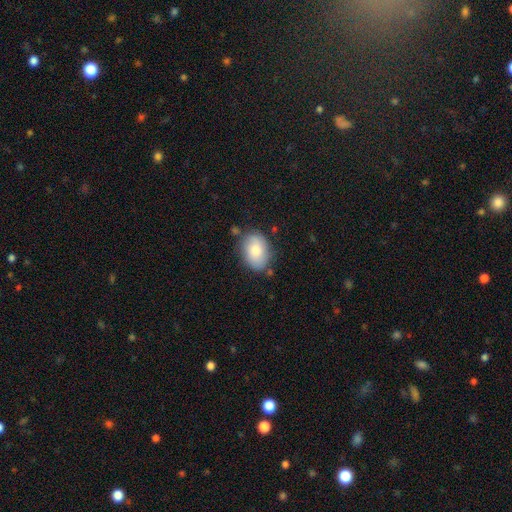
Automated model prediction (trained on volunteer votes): A smooth galaxy with no disk features (75%) that is in between round and cigar-shaped (75%).

Vote fractions:
- Smooth or featured? smooth: 75% / featured or disk: 18% / star or artifact: 7%
- How rounded? in between: 75% / round: 23% / cigar-shaped: 1%
- Merging? none: 73% / minor disturbance: 19% / major disturbance: 5% / merger: 4%